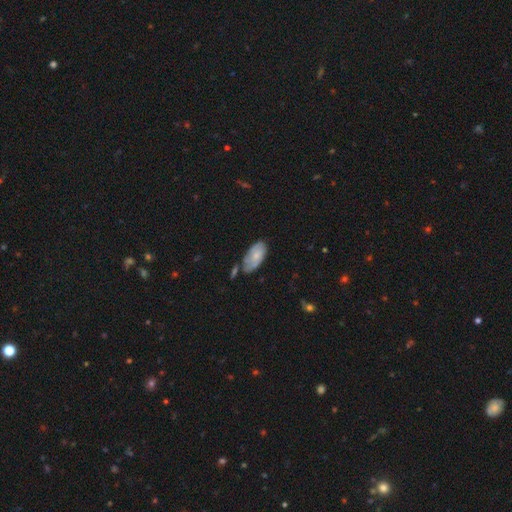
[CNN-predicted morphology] This appears to be a smooth galaxy with no disk features (55%) that is in between round and cigar-shaped (92%). Merging: none (52%).